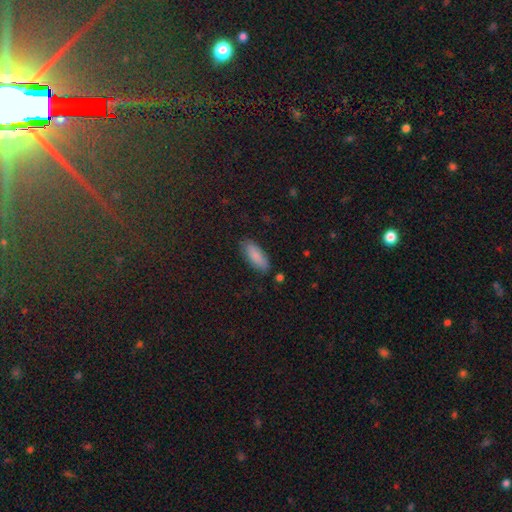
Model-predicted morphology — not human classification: smooth 85%, featured or disk 8%, star or artifact 7%. Down the decision tree: how rounded — in between (78%); merging — none (83%).